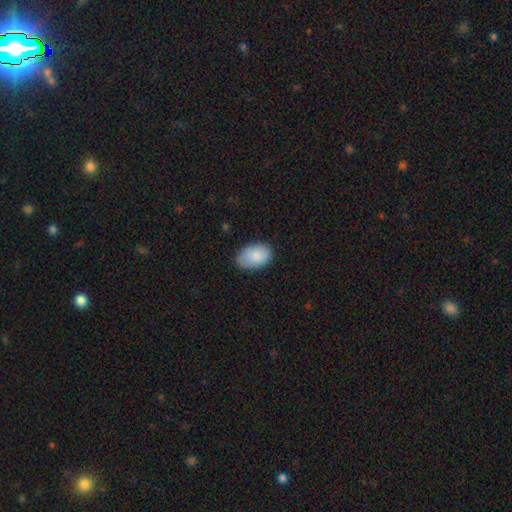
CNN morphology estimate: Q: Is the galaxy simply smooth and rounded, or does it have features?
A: smooth — 87%.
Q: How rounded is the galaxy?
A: in between — 90%.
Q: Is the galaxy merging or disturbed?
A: none — 75%.